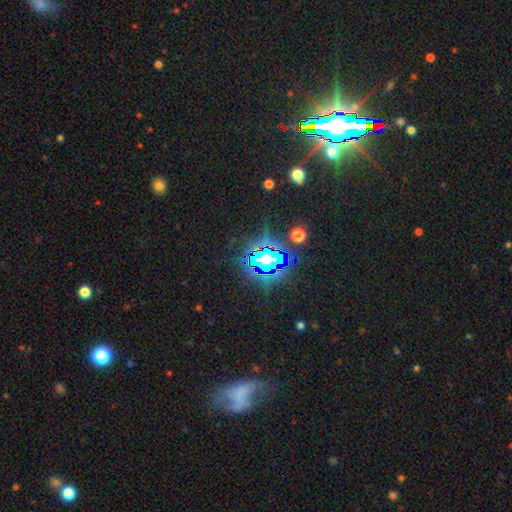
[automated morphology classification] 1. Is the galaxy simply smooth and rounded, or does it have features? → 79% star or artifact, 12% smooth, 9% featured or disk.